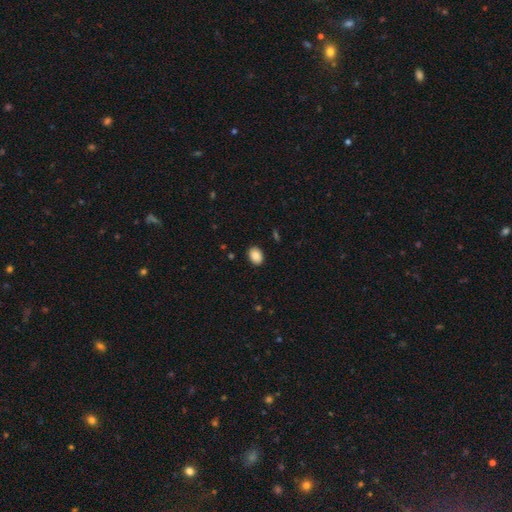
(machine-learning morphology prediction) Q: Smooth or featured?
A: smooth (89%); runner-up: star or artifact (8%)
Q: How rounded?
A: in between (75%); runner-up: round (24%)
Q: Merging?
A: none (88%); runner-up: minor disturbance (9%)